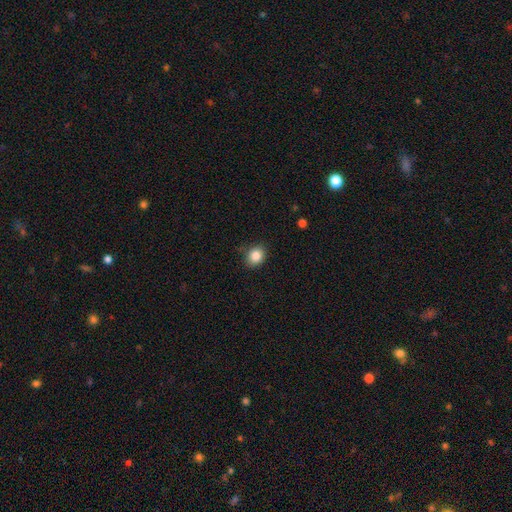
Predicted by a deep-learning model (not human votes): Smooth or featured? smooth (85%)
How rounded? round (62%)
Merging? none (84%)